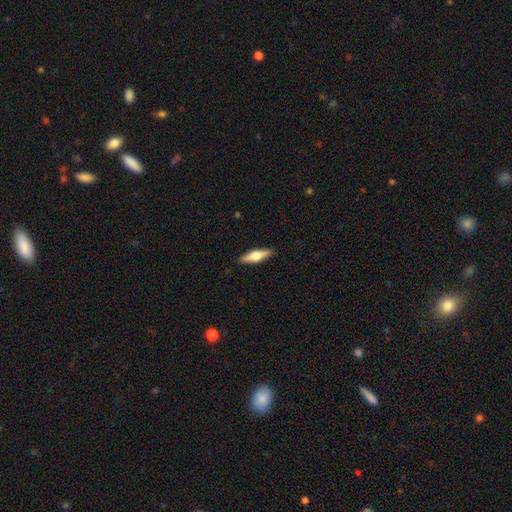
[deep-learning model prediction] The model was most divided on "smooth or featured": smooth: 49%, featured or disk: 46%, star or artifact: 6%. More confident: merging — none (90%).